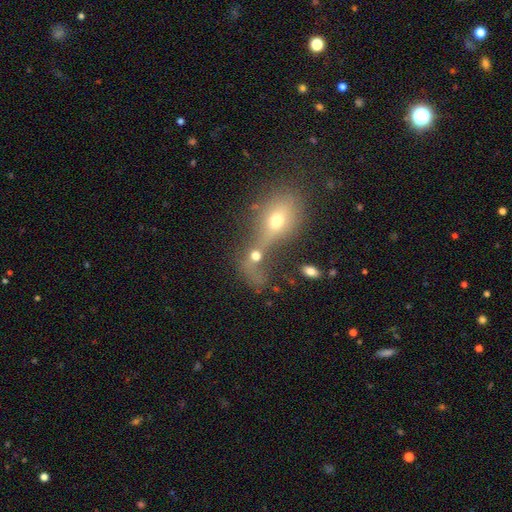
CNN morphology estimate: Q: Smooth or featured?
A: smooth (56%); runner-up: featured or disk (25%)
Q: How rounded?
A: round (47%); tied with: in between (47%)
Q: Merging?
A: merger (68%); runner-up: none (16%)